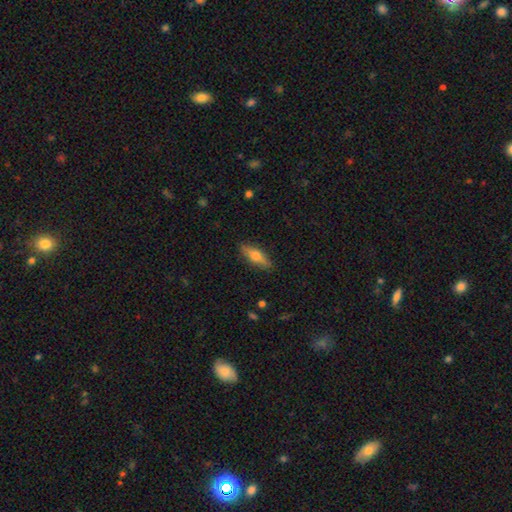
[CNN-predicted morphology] The model was most divided on "how rounded": cigar-shaped: 49%, in between: 47%, round: 3%. More confident: merging — none (88%); smooth or featured — smooth (53%).